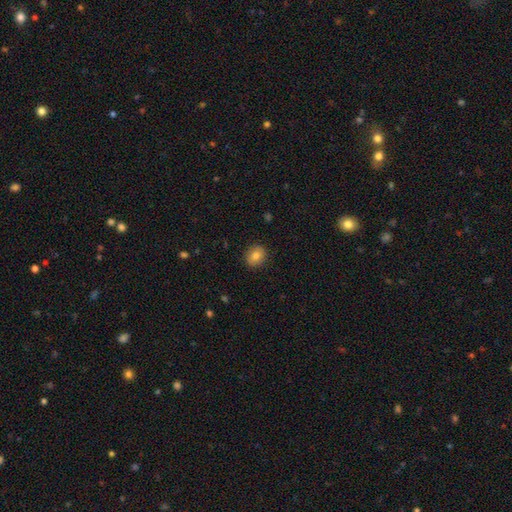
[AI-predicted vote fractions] This is clearly a smooth galaxy (80%). How rounded: likely round (69%). Merging: clearly none (89%).